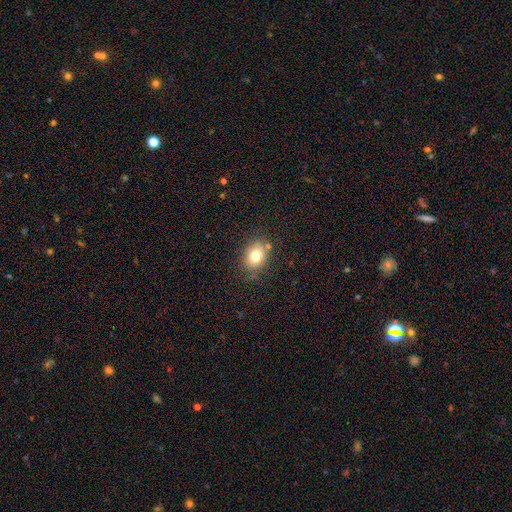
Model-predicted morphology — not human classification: Overall: smooth (77%). How rounded: in between (54%; round 45%). Merging: none (76%).